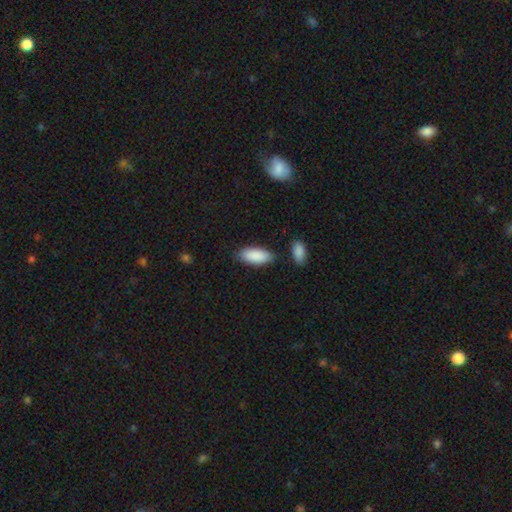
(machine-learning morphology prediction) This is clearly a smooth galaxy (90%). How rounded: clearly in between (86%). Merging: clearly none (80%).